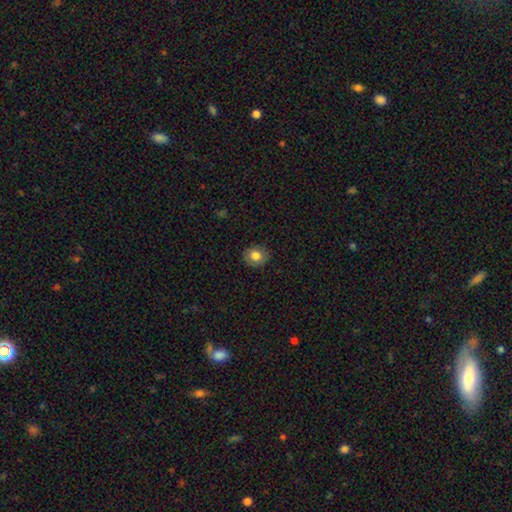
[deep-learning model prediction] The model was most divided on "how rounded": round: 65%, in between: 34%, cigar-shaped: 1%. More confident: merging — none (85%); smooth or featured — smooth (80%).